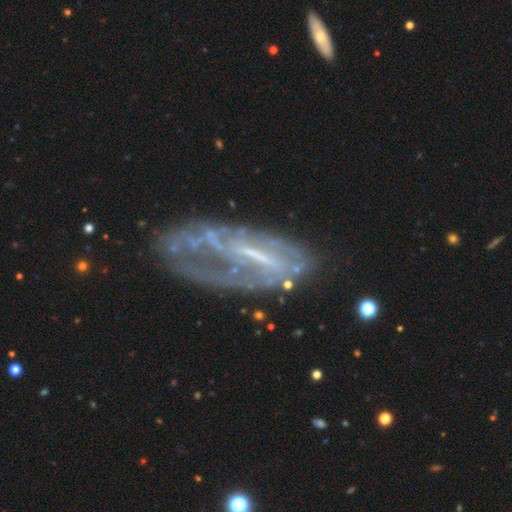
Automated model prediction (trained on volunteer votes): A featured or disk galaxy (75%) with a weak bar (36%), spiral arms (57%) and no central bulge (46%). Merging: none (47%).